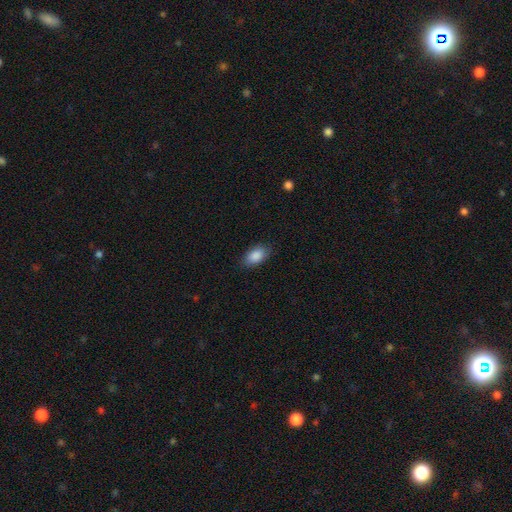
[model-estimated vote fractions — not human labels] Smooth or featured? smooth (89%)
How rounded? in between (92%)
Merging? none (84%)